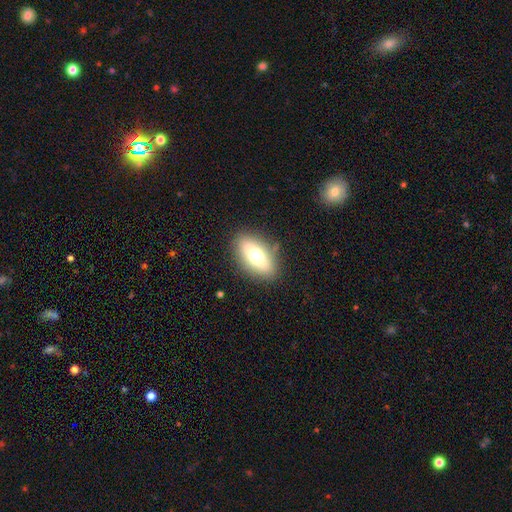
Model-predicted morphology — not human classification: Overall: smooth (66%). How rounded: in between (84%). Merging: none (84%).